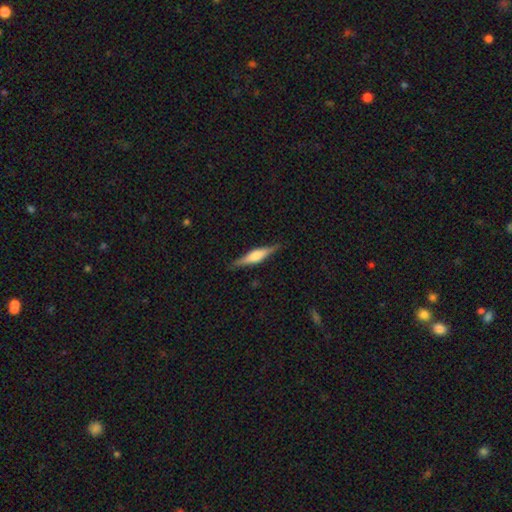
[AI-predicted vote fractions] Smooth or featured? featured or disk (63%)
Edge-on disk? yes (97%)
Edge-on bulge? rounded (75%)
Merging? none (88%)